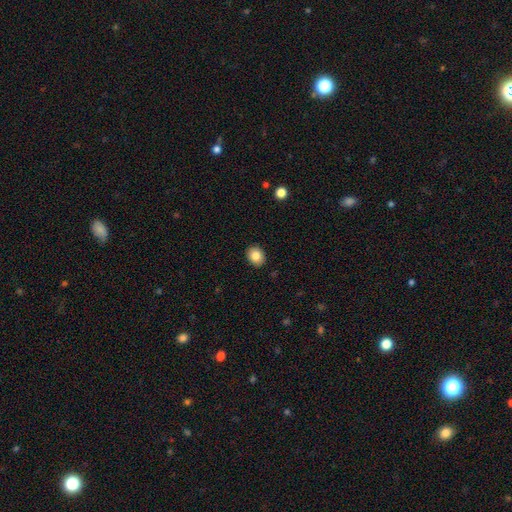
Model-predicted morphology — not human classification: Q: Smooth or featured?
A: smooth (84%); runner-up: star or artifact (9%)
Q: How rounded?
A: round (51%); runner-up: in between (48%)
Q: Merging?
A: none (91%); runner-up: minor disturbance (7%)